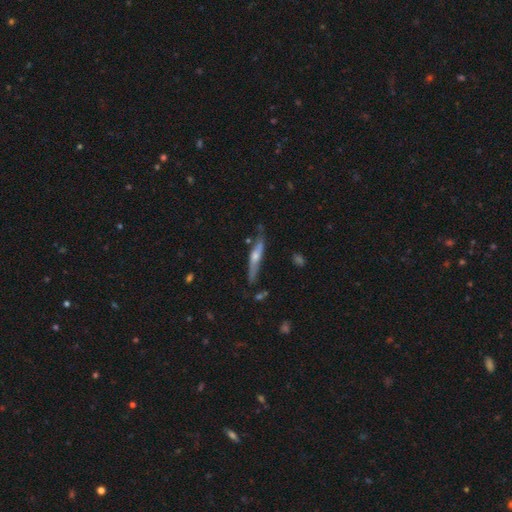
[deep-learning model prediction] A featured or disk galaxy (57%) viewed edge-on (88%).

Vote fractions:
- Smooth or featured? featured or disk: 57% / smooth: 37% / star or artifact: 6%
- Edge-on disk? yes: 88% / no: 12%
- Merging? none: 68% / minor disturbance: 22% / major disturbance: 5% / merger: 5%